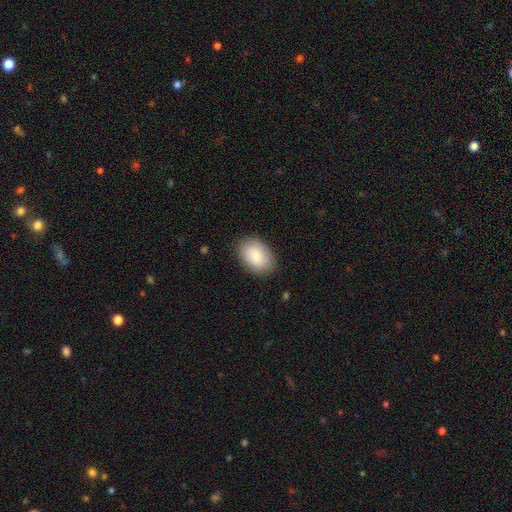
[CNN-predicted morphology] Overall: smooth (85%). How rounded: in between (85%). Merging: none (85%).